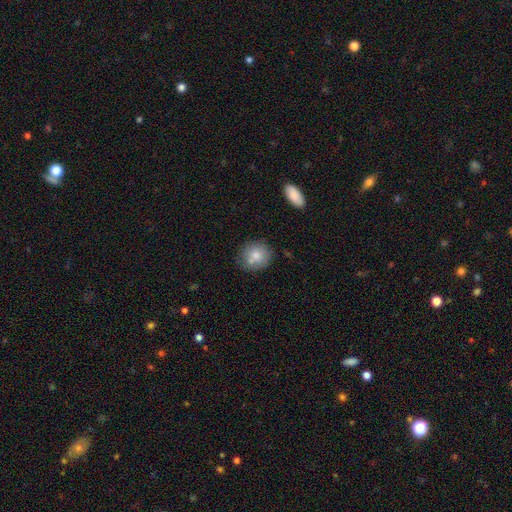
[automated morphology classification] This appears to be a smooth galaxy with no disk features (78%) that is round (80%). Merging: none (67%).